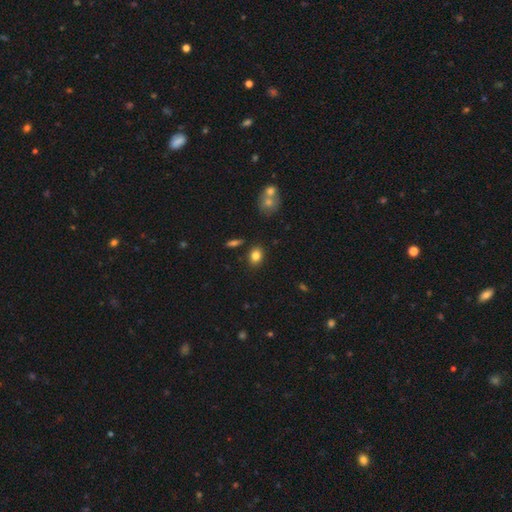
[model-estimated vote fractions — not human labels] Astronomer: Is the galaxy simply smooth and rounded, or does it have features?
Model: smooth — 82%.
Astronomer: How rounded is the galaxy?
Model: in between — 65%.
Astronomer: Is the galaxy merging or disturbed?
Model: none — 84%.